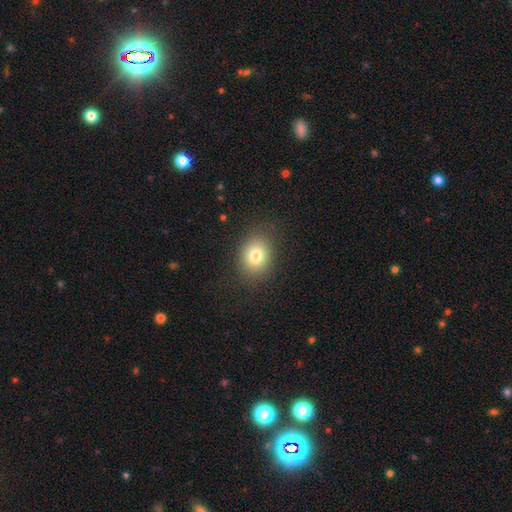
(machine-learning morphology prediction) smooth-or-featured: smooth: 80% | star or artifact: 11% | featured or disk: 9%
  how-rounded: round: 52% | in between: 47% | cigar-shaped: 1%
  merging: none: 85% | minor disturbance: 10% | major disturbance: 4% | merger: 1%